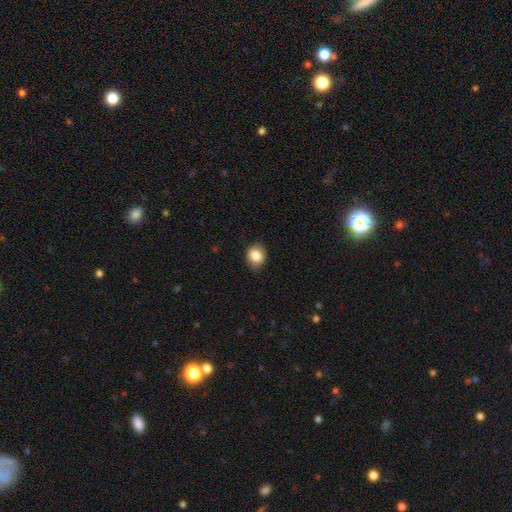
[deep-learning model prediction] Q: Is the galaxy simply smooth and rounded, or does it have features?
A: smooth — 84%.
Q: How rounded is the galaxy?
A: round — 58%.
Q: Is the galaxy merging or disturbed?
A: none — 83%.